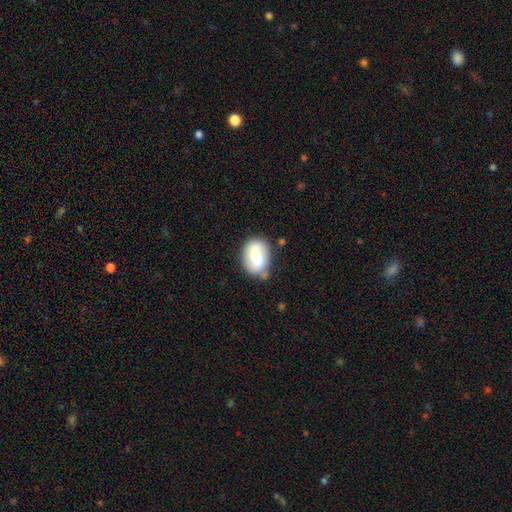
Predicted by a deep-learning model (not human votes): Smooth or featured? Predicted: smooth (p=0.57). How rounded? Predicted: in between (p=0.75). Merging? Predicted: none (p=0.59).